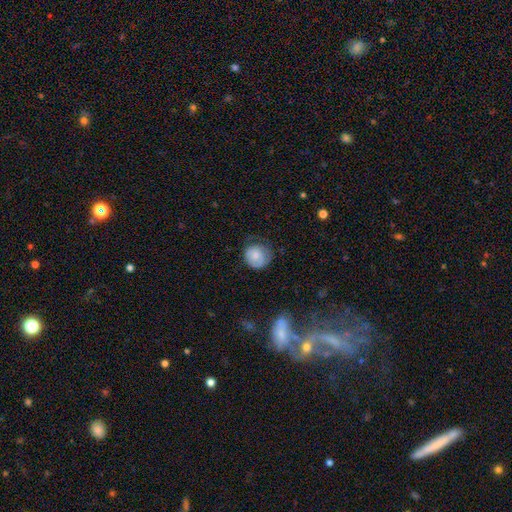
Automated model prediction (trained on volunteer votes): smooth-or-featured: smooth: 76% | featured or disk: 17% | star or artifact: 8%
  how-rounded: round: 86% | in between: 13% | cigar-shaped: 1%
  merging: none: 59% | minor disturbance: 28% | major disturbance: 12% | merger: 1%